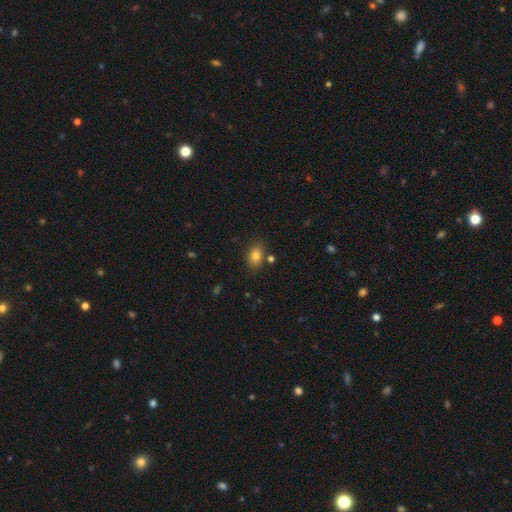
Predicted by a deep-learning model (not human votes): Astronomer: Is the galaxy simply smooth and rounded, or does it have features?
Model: smooth — 79%.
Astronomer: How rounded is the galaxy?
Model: in between — 73%.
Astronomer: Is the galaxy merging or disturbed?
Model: none — 79%.